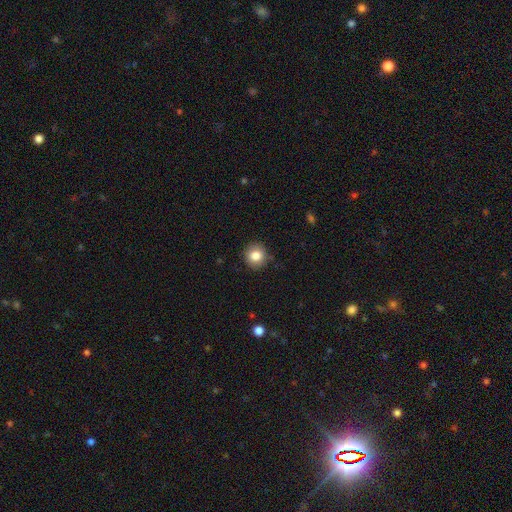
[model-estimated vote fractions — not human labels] smooth 84%, star or artifact 10%, featured or disk 7%. Down the decision tree: how rounded — round (91%); merging — none (88%).